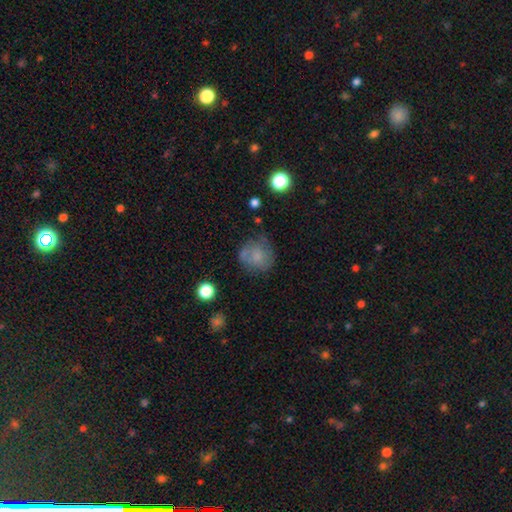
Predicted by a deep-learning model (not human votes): Q: Smooth or featured?
A: smooth (67%); runner-up: featured or disk (22%)
Q: How rounded?
A: round (81%); runner-up: in between (18%)
Q: Merging?
A: none (54%); runner-up: minor disturbance (27%)